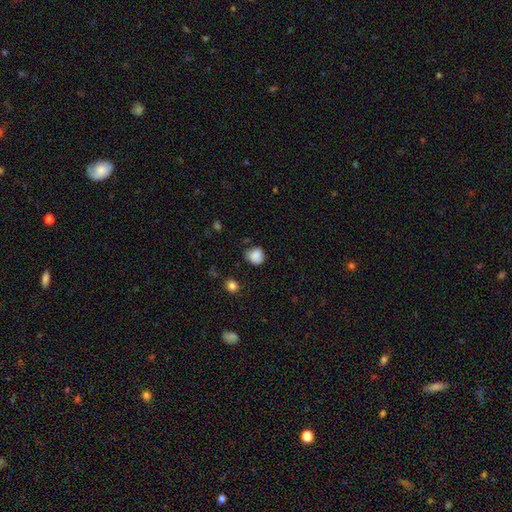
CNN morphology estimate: Smooth or featured: smooth — 85% (star or artifact — 9%)
How rounded: round — 76% (in between — 24%)
Merging: none — 66% (minor disturbance — 26%)